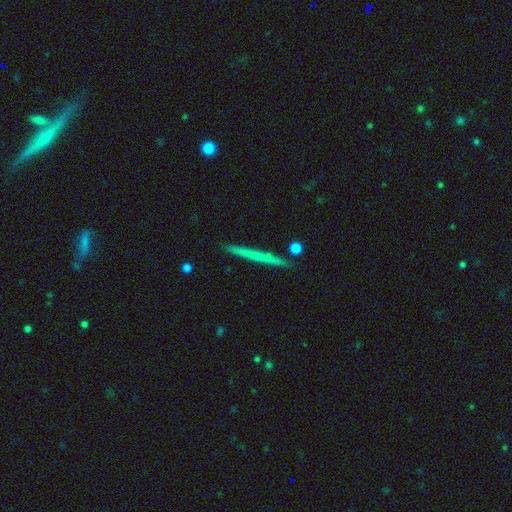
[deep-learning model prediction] Overall: smooth (51%; featured or disk 43%). How rounded: cigar-shaped (96%). Merging: none (89%).